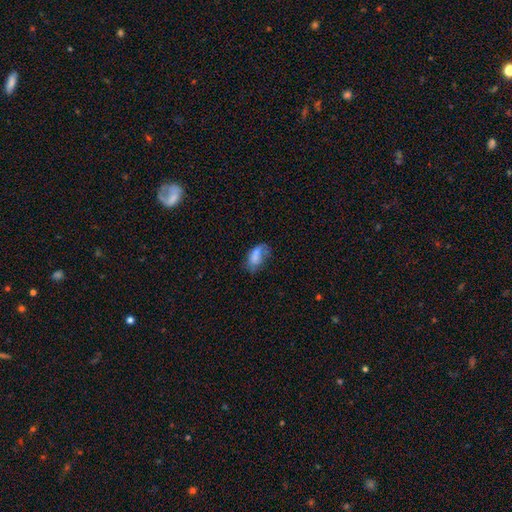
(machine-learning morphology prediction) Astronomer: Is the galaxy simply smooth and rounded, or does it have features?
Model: smooth — 68%.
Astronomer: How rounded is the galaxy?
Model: in between — 90%.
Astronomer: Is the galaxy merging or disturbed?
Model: none — 38% (runner-up: minor disturbance, 30%).